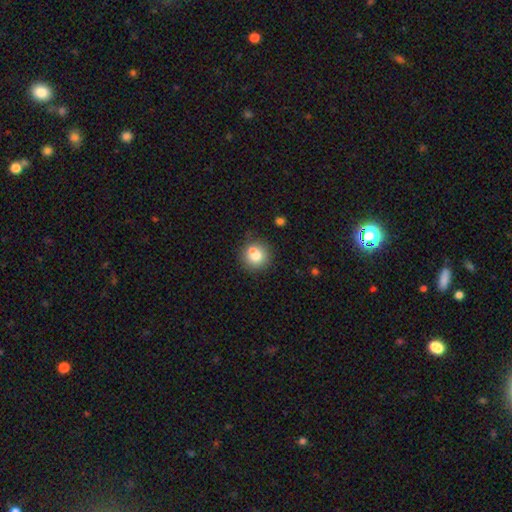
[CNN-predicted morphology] Smooth or featured? smooth (74%)
How rounded? round (88%)
Merging? none (60%)